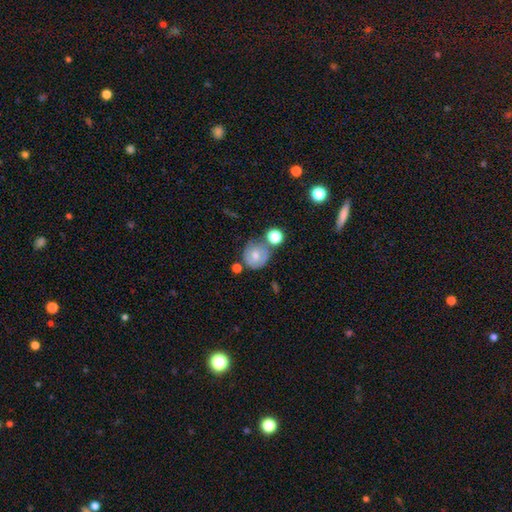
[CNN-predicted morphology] smooth 48%, featured or disk 42%, star or artifact 10%. Down the decision tree: merging — none (53%).